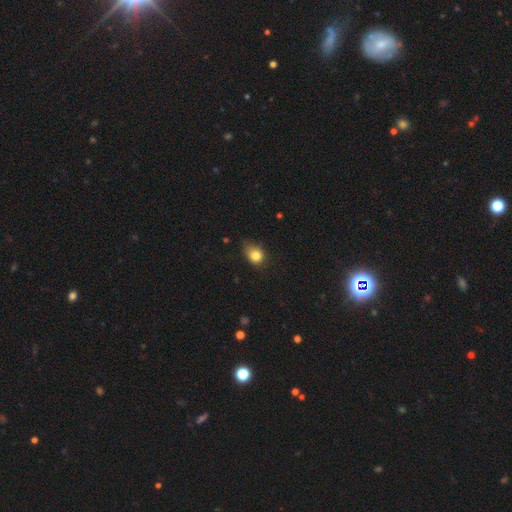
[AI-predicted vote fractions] This appears to be a smooth galaxy with no disk features (81%) that is round (57%). Merging: none (53%).